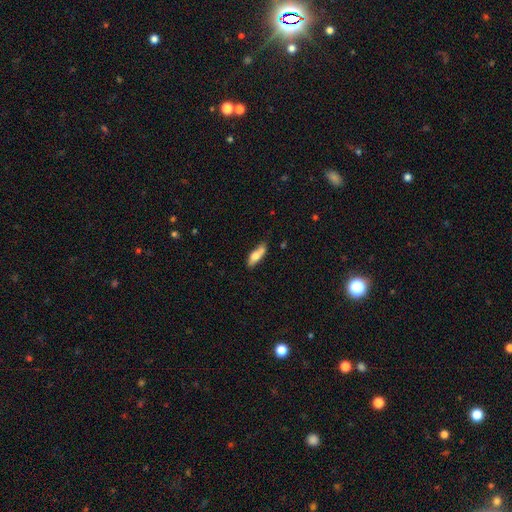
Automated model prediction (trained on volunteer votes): Smooth or featured? smooth (64%)
How rounded? in between (53%)
Merging? none (57%)